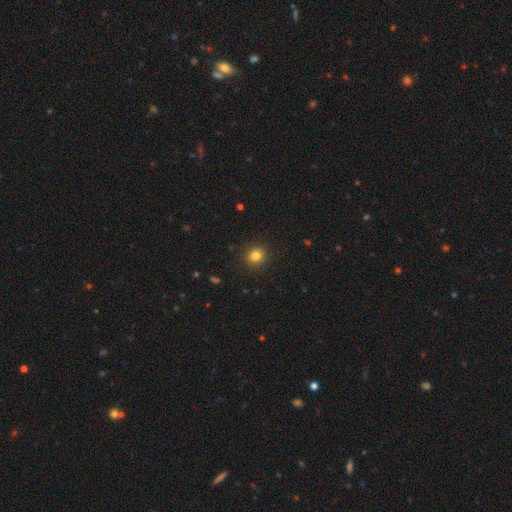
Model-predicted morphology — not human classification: A smooth galaxy with no disk features (82%) that is round (85%).

Vote fractions:
- Smooth or featured? smooth: 82% / star or artifact: 13% / featured or disk: 5%
- How rounded? round: 85% / in between: 14% / cigar-shaped: 1%
- Merging? none: 91% / minor disturbance: 6% / major disturbance: 2% / merger: 1%